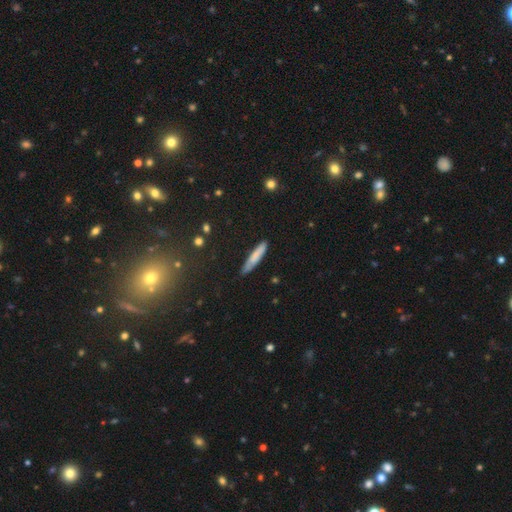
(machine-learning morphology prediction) Smooth or featured? smooth (75%)
How rounded? cigar-shaped (89%)
Merging? none (82%)